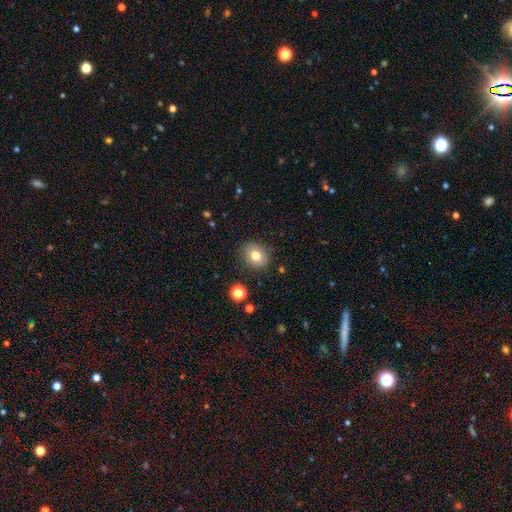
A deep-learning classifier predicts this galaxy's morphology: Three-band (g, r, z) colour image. It shows a smooth galaxy with no disk features (78%) that is round (59%). Merging: none (86%).